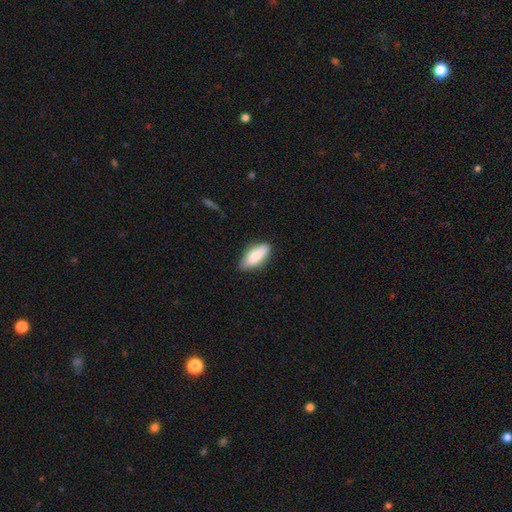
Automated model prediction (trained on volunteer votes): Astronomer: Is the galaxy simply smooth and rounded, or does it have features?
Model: smooth — 81%.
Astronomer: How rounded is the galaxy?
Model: in between — 75%.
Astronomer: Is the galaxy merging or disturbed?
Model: none — 81%.